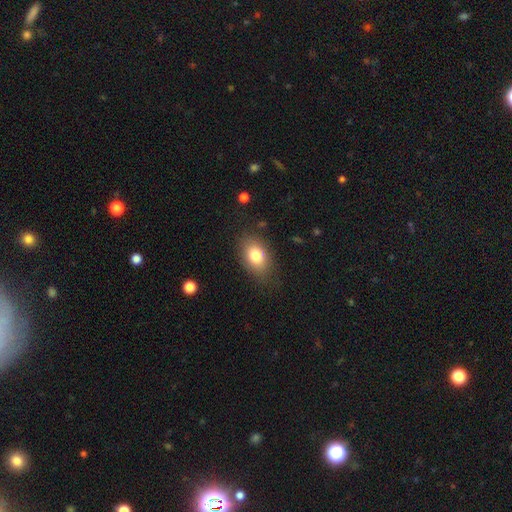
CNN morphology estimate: A smooth galaxy with no disk features (79%) that is in between round and cigar-shaped (83%). Merging: none (79%).